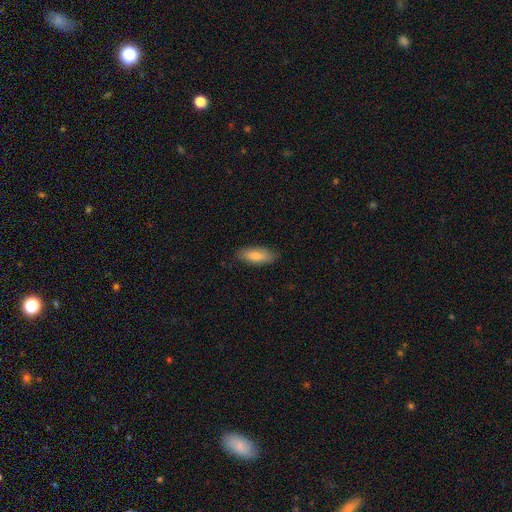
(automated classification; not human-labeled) Smooth or featured: smooth — 78% (featured or disk — 16%)
How rounded: in between — 73% (cigar-shaped — 25%)
Merging: none — 84% (minor disturbance — 12%)